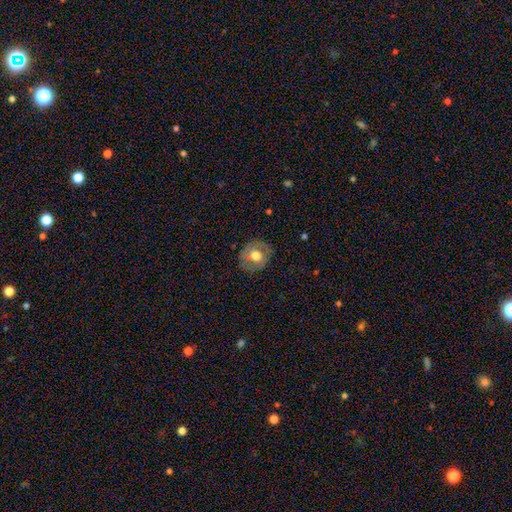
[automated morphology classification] A smooth galaxy with no disk features (52%) that is round (75%).

Vote fractions:
- Smooth or featured? smooth: 52% / featured or disk: 41% / star or artifact: 7%
- How rounded? round: 75% / in between: 24% / cigar-shaped: 1%
- Merging? none: 79% / minor disturbance: 15% / major disturbance: 5% / merger: 1%